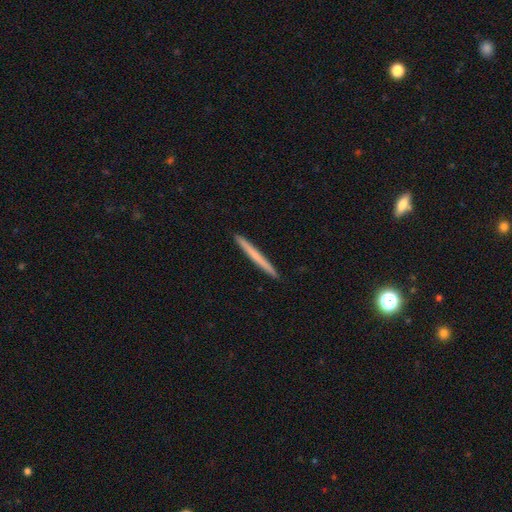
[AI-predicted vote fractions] Smooth or featured?
  - smooth: 57% *
  - featured or disk: 38%
  - star or artifact: 5%
How rounded?
  - cigar-shaped: 97% *
  - in between: 1%
  - round: 1%
Merging?
  - none: 94% *
  - minor disturbance: 4%
  - major disturbance: 1%
  - merger: 1%